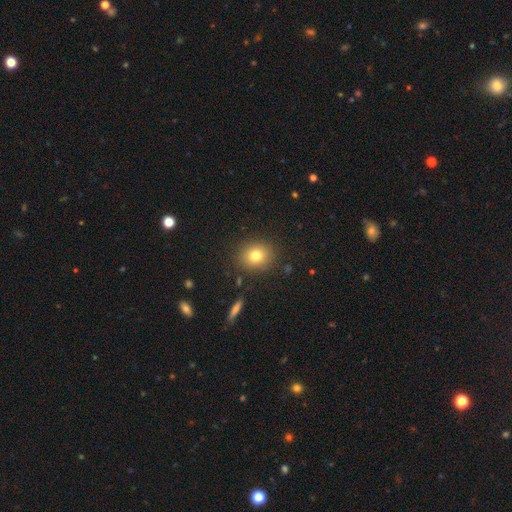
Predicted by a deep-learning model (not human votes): Morphology: type=smooth (78%); roundness=round (72%); merging=none (87%).